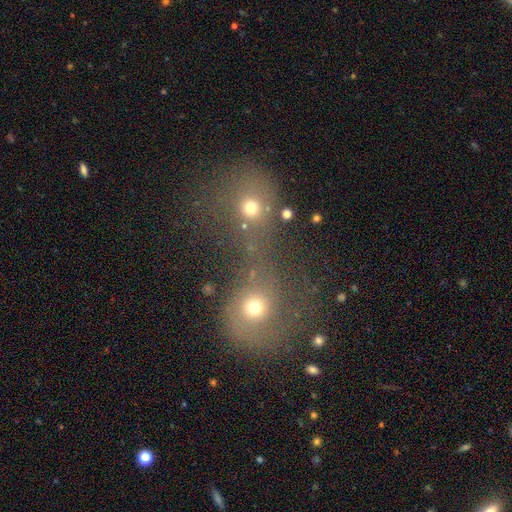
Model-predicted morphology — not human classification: Smooth or featured? smooth (54%)
How rounded? round (79%)
Merging? merger (76%)